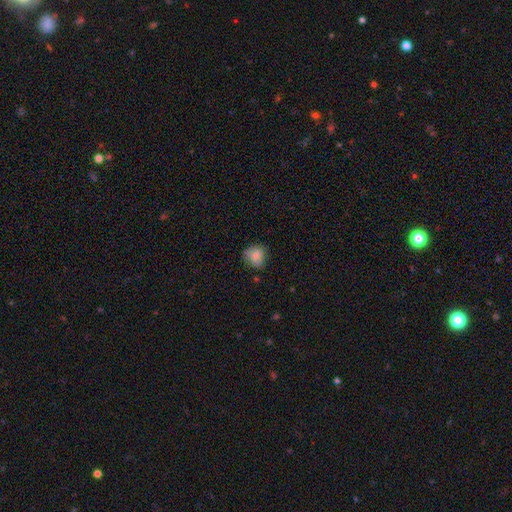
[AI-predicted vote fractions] This is likely a smooth galaxy (80%). How rounded: likely round (70%). Merging: likely none (66%).